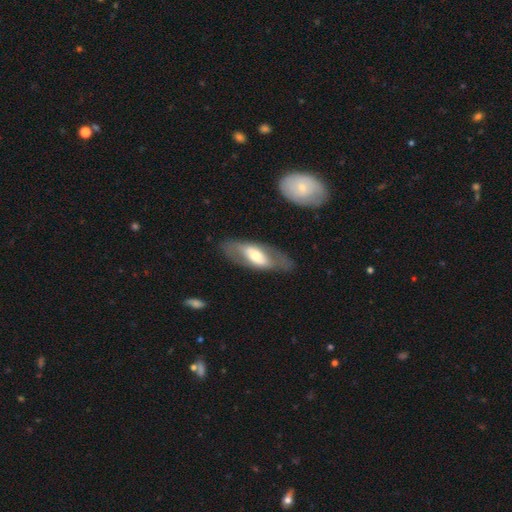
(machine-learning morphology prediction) Overall: featured or disk (56%; smooth 38%). Edge-on disk: no (79%). Merging: none (74%).